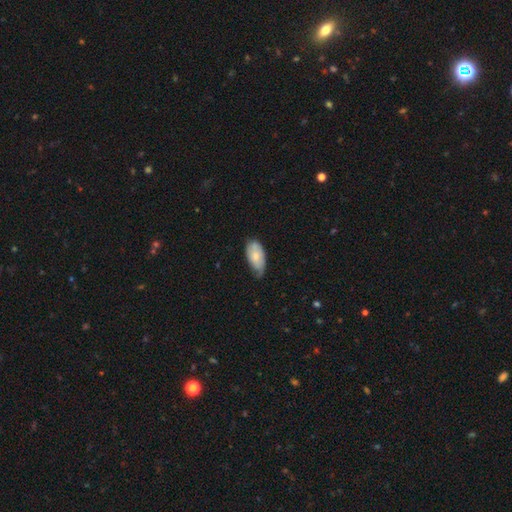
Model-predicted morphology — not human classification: Smooth or featured? smooth (65%)
How rounded? in between (93%)
Merging? none (48%)